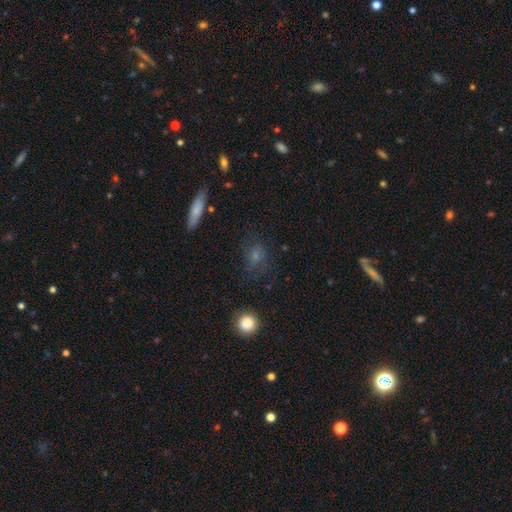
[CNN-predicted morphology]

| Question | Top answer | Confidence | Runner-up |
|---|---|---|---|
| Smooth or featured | smooth | 53% | featured or disk (25%) |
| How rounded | round | 50% | in between (45%) |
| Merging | none | 67% | minor disturbance (19%) |